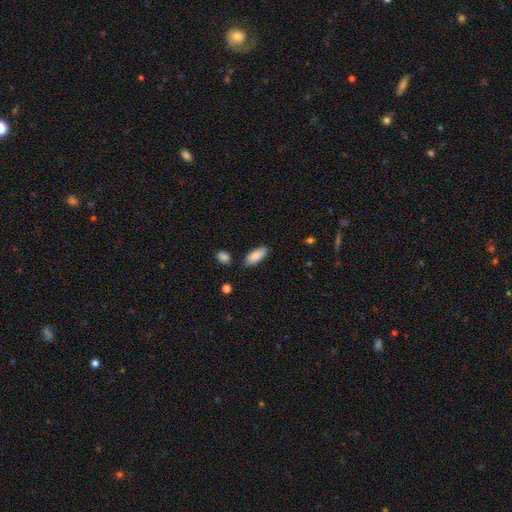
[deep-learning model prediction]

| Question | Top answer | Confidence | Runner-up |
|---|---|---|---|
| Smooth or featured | smooth | 88% | star or artifact (6%) |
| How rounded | in between | 84% | cigar-shaped (14%) |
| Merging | none | 81% | minor disturbance (13%) |